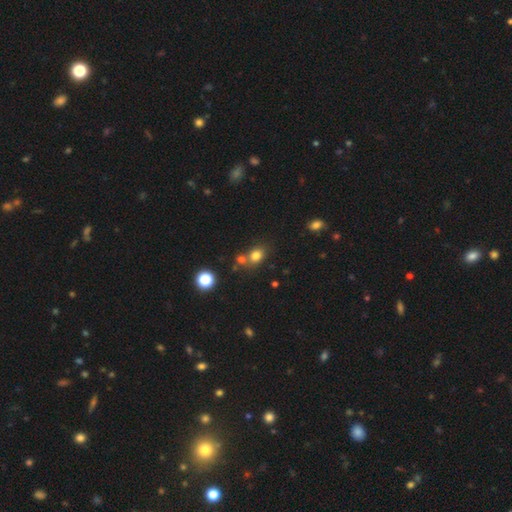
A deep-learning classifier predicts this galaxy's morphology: This appears to be a smooth galaxy with no disk features (78%) that is round (57%). Merging: none (58%).